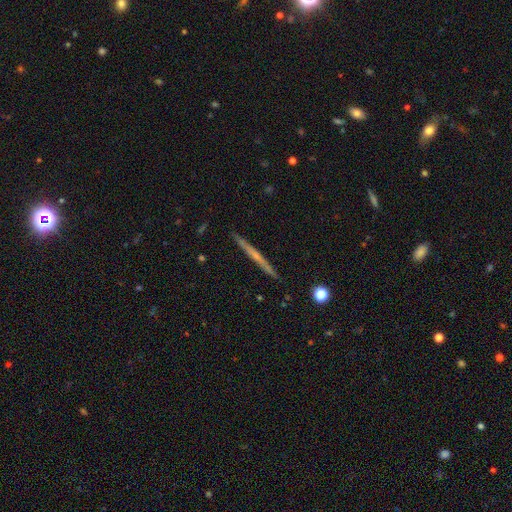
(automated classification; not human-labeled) smooth-or-featured: featured or disk: 61% | smooth: 33% | star or artifact: 6%
  disk-edge-on: yes: 98% | no: 2%
    edge-on-bulge: none: 72% | rounded: 23% | boxy: 5%
  merging: none: 92% | minor disturbance: 6% | major disturbance: 1% | merger: 1%